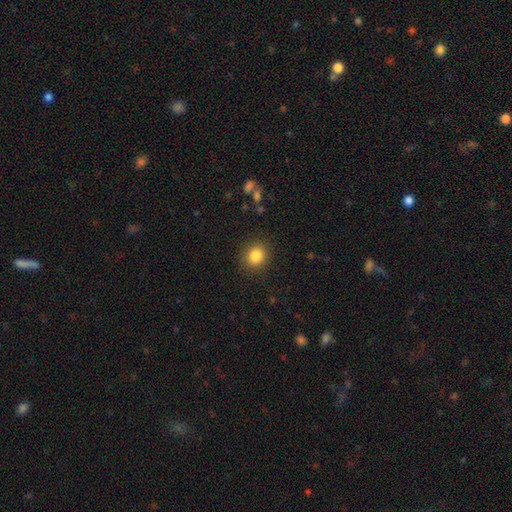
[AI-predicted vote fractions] Q: Smooth or featured?
A: smooth (85%); runner-up: star or artifact (10%)
Q: How rounded?
A: round (81%); runner-up: in between (18%)
Q: Merging?
A: none (89%); runner-up: minor disturbance (7%)